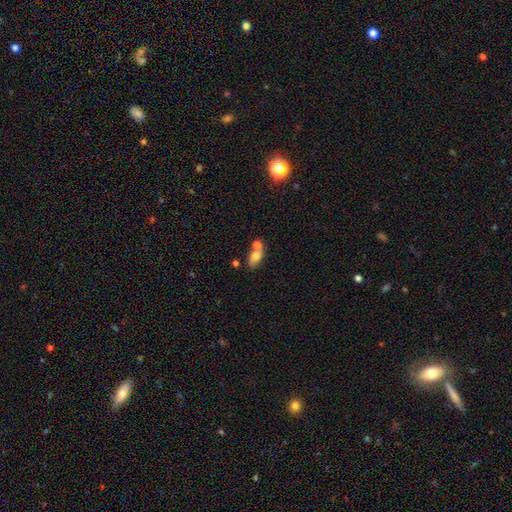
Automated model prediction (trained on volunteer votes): Morphology: type=smooth (72%); roundness=in between (83%); merging=none (43%).